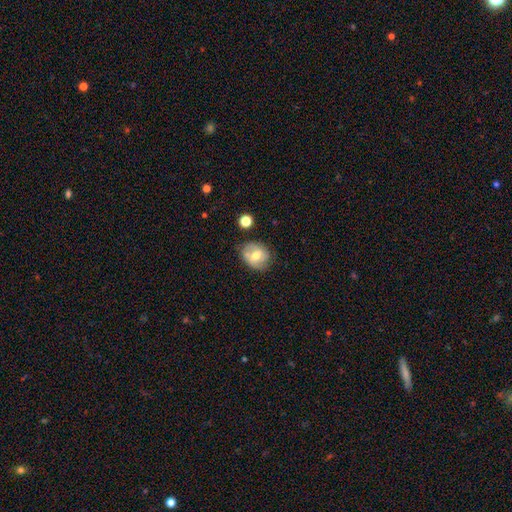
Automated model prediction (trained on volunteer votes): smooth_or_featured: smooth (p=0.52) [alt: featured or disk p=0.39]
how_rounded: round (p=0.59) [alt: in between p=0.40]
merging: none (p=0.67) [alt: minor disturbance p=0.22]